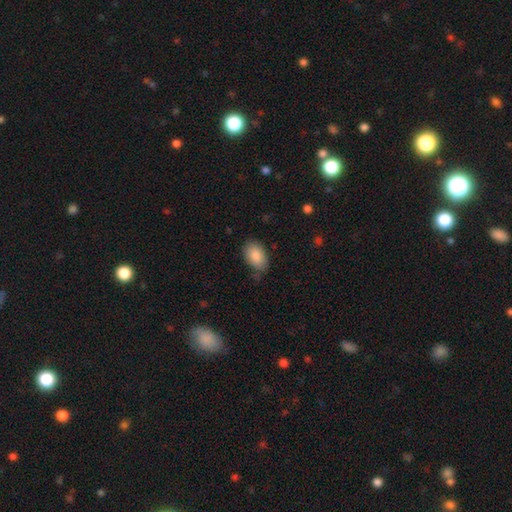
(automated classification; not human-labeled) A smooth galaxy with no disk features (88%) that is in between round and cigar-shaped (91%).

Vote fractions:
- Smooth or featured? smooth: 88% / star or artifact: 6% / featured or disk: 6%
- How rounded? in between: 91% / round: 7% / cigar-shaped: 1%
- Merging? none: 70% / minor disturbance: 23% / major disturbance: 5% / merger: 2%